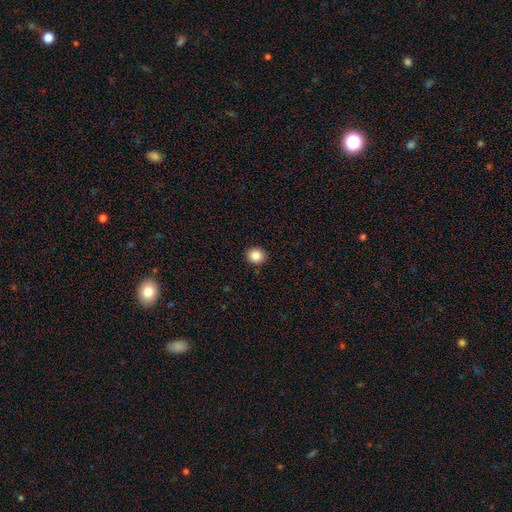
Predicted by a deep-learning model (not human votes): Smooth or featured? smooth (86%)
How rounded? round (86%)
Merging? none (92%)